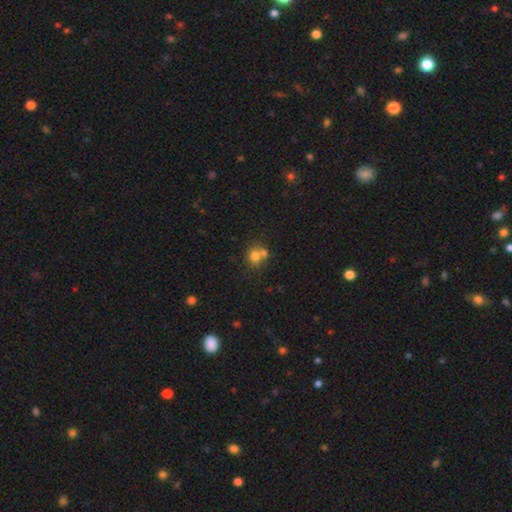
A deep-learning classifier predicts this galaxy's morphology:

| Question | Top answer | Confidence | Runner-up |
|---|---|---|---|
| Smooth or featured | smooth | 75% | star or artifact (13%) |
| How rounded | round | 78% | in between (21%) |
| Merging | none | 45% | merger (43%) |